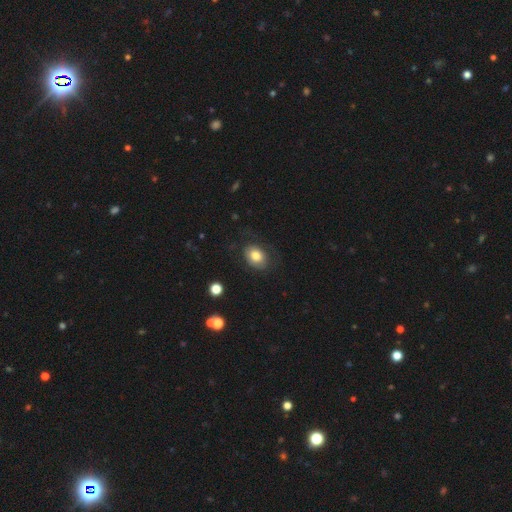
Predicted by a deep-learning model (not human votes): smooth_or_featured: smooth (p=0.77) [alt: featured or disk p=0.15]
how_rounded: in between (p=0.68) [alt: round p=0.31]
merging: none (p=0.71) [alt: minor disturbance p=0.18]